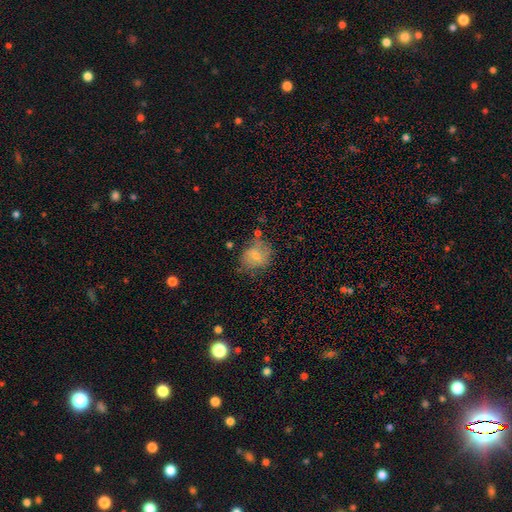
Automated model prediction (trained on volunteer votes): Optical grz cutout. It shows a smooth galaxy with no disk features (68%) that is round (61%). Merging: none (56%).